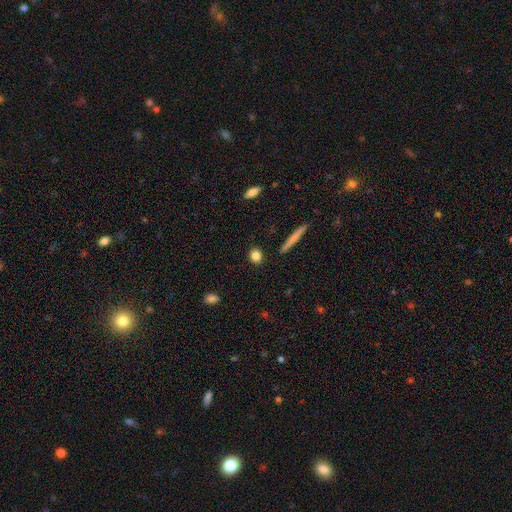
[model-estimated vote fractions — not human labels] Smooth or featured? Predicted: smooth (p=0.82). How rounded? Predicted: round (p=0.65). Merging? Predicted: none (p=0.89).